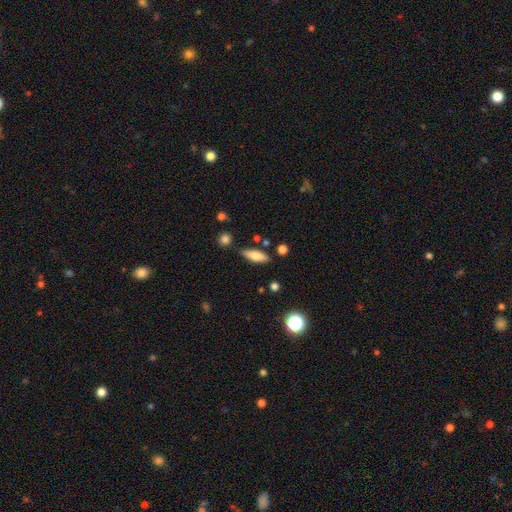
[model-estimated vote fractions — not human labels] Smooth or featured?
  - smooth: 70% *
  - featured or disk: 22%
  - star or artifact: 7%
How rounded?
  - in between: 59% *
  - cigar-shaped: 39%
  - round: 3%
Merging?
  - none: 80% *
  - minor disturbance: 12%
  - merger: 5%
  - major disturbance: 3%